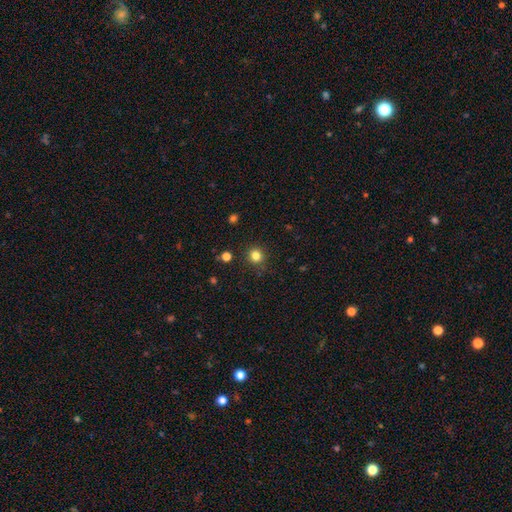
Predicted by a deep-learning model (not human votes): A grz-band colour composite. It shows a smooth galaxy with no disk features (81%) that is round (92%). Merging: none (87%).